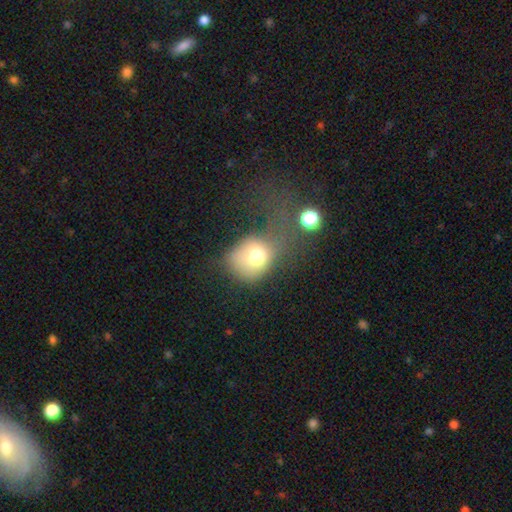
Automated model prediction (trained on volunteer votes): smooth_or_featured: smooth (p=0.71) [alt: featured or disk p=0.16]
how_rounded: round (p=0.63) [alt: in between p=0.36]
merging: major disturbance (p=0.39) [alt: none p=0.26]